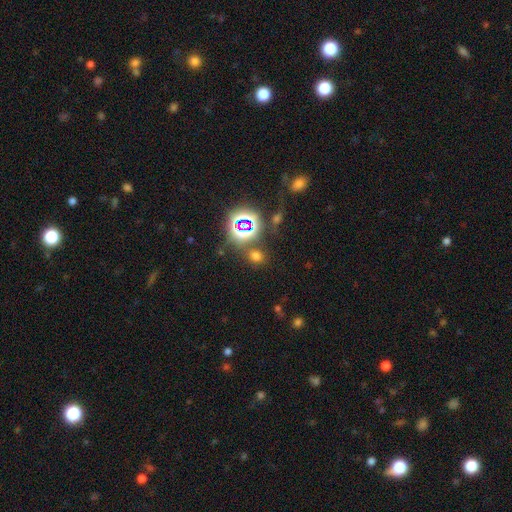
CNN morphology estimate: Smooth or featured: smooth — 56% (star or artifact — 38%)
How rounded: round — 69% (in between — 29%)
Merging: none — 78% (minor disturbance — 10%)